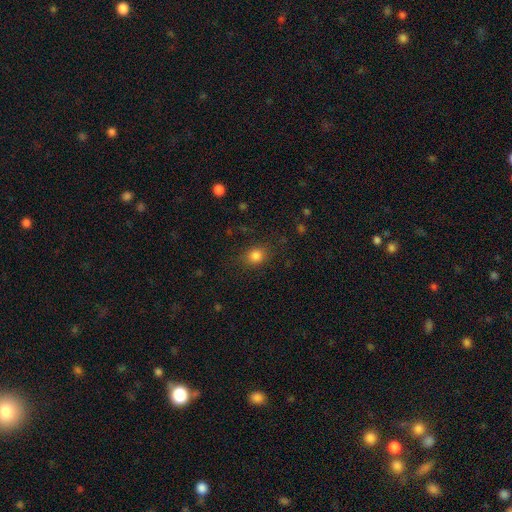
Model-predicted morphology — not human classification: type=smooth (82%); roundness=round (65%); merging=none (83%).